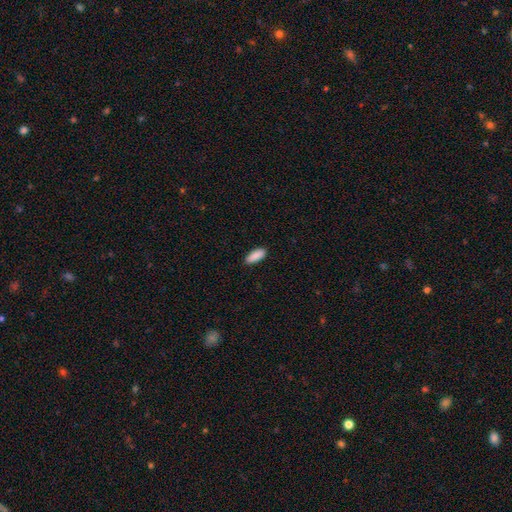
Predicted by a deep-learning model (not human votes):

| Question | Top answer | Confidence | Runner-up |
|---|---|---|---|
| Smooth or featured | smooth | 91% | star or artifact (6%) |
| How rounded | in between | 78% | cigar-shaped (20%) |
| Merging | none | 87% | minor disturbance (10%) |